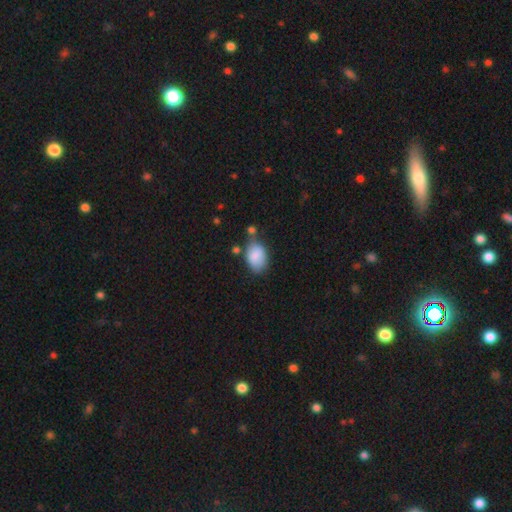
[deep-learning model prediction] smooth 84%, featured or disk 9%, star or artifact 7%. Down the decision tree: how rounded — in between (86%); merging — none (57%).